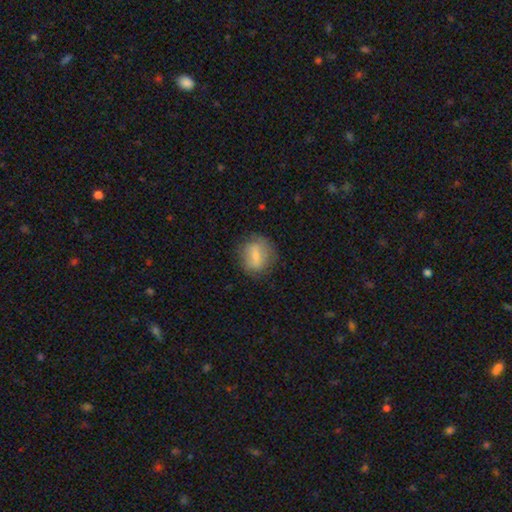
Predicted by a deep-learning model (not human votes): Smooth or featured? smooth (61%)
How rounded? round (66%)
Merging? none (74%)